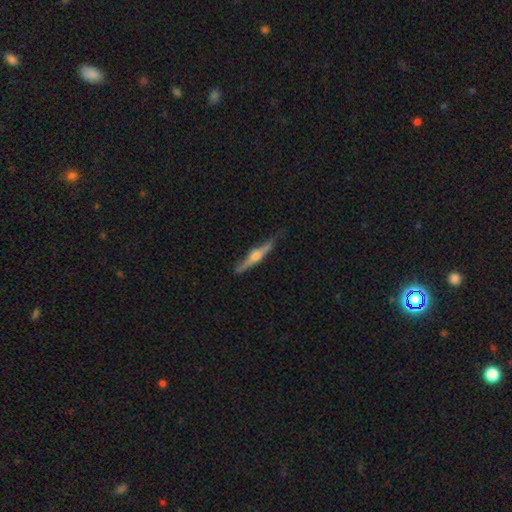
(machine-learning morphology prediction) A featured or disk galaxy (72%) viewed edge-on (97%) with a rounded central bulge (93%). Merging: none (79%).